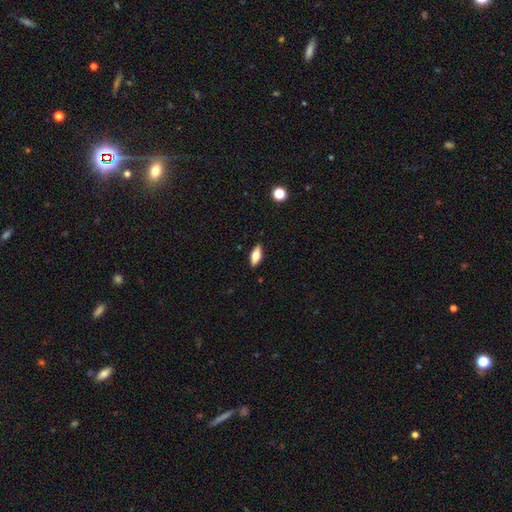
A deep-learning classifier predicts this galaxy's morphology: Smooth or featured? smooth (60%)
How rounded? in between (73%)
Merging? none (89%)